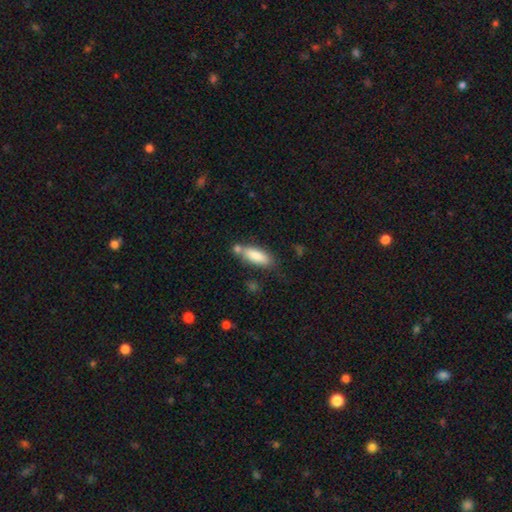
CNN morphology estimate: Overall: smooth (83%). How rounded: in between (65%; cigar-shaped 33%). Merging: none (56%; merger 20%).